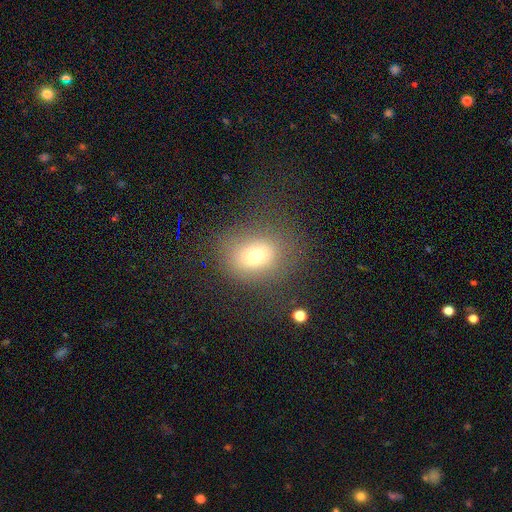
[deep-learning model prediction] smooth 69%, star or artifact 16%, featured or disk 14%. Down the decision tree: how rounded — round (59%); merging — none (69%).